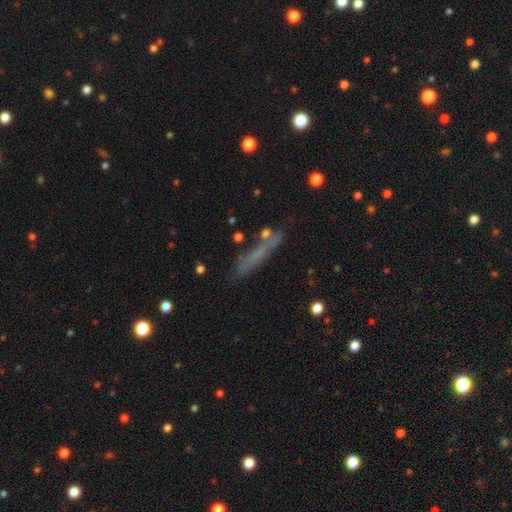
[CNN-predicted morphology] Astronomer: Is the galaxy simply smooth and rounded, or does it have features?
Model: smooth — 55% (runner-up: featured or disk, 33%).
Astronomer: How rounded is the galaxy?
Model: cigar-shaped — 88%.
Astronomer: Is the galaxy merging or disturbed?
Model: none — 70%.